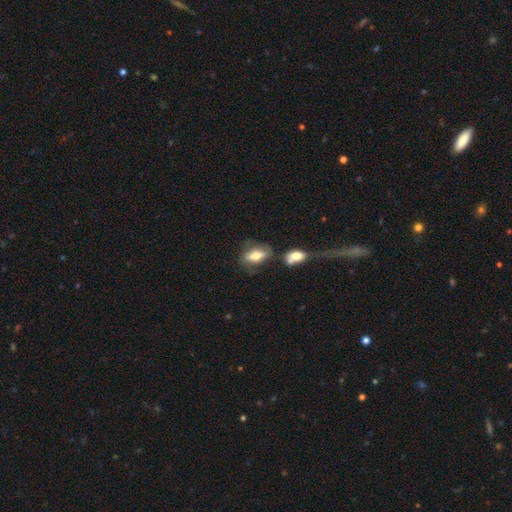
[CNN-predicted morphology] The model was most divided on "merging": none: 49%, minor disturbance: 22%, merger: 17%, major disturbance: 11%. More confident: how rounded — in between (82%); smooth or featured — smooth (68%).